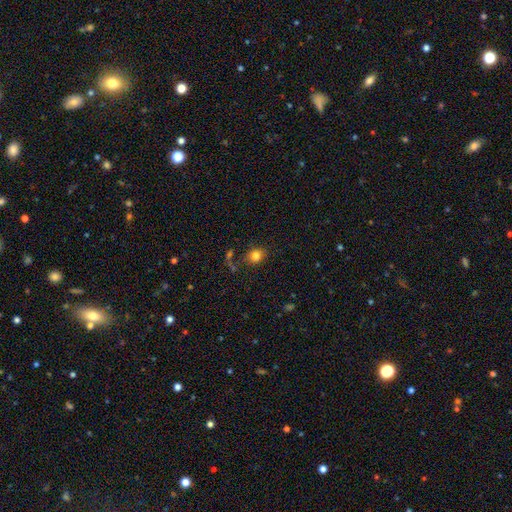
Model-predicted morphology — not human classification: A smooth galaxy with no disk features (81%) that is round (68%).

Vote fractions:
- Smooth or featured? smooth: 81% / star or artifact: 11% / featured or disk: 7%
- How rounded? round: 68% / in between: 31% / cigar-shaped: 1%
- Merging? none: 73% / minor disturbance: 13% / major disturbance: 8% / merger: 7%